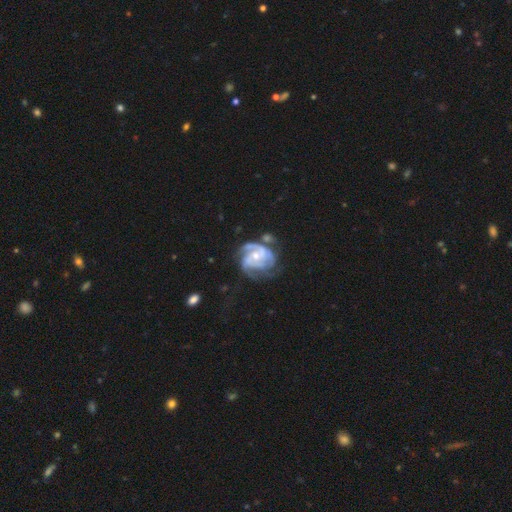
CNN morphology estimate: Q: Smooth or featured?
A: featured or disk (89%); runner-up: smooth (6%)
Q: Edge-on disk?
A: no (98%); runner-up: yes (2%)
Q: Bar?
A: no (64%); runner-up: weak (28%)
Q: Spiral arms?
A: yes (97%); runner-up: no (3%)
Q: Spiral winding?
A: tight (53%); runner-up: medium (38%)
Q: Spiral arm count?
A: 3 (47%); runner-up: 2 (20%)
Q: Bulge size?
A: small (49%); runner-up: moderate (46%)
Q: Merging?
A: none (48%); runner-up: minor disturbance (23%)